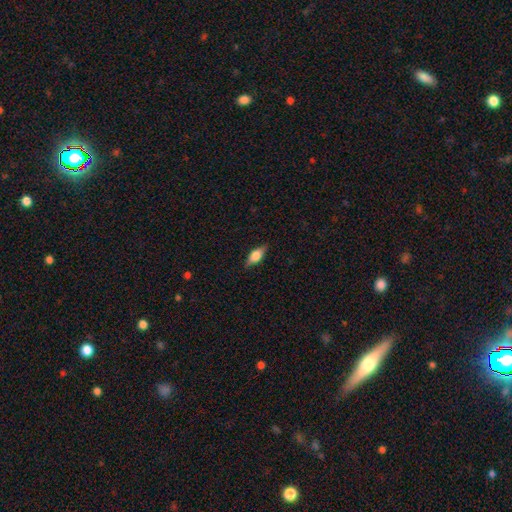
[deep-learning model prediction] Smooth or featured: smooth — 57% (featured or disk — 36%)
How rounded: in between — 72% (cigar-shaped — 23%)
Merging: none — 84% (minor disturbance — 12%)